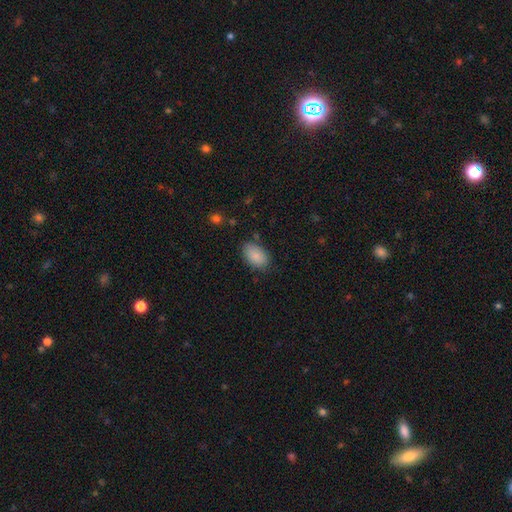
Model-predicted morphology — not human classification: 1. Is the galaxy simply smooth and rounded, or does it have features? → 88% smooth, 7% star or artifact, 6% featured or disk.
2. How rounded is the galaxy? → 92% in between, 7% round, 1% cigar-shaped.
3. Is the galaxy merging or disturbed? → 79% none, 16% minor disturbance, 4% major disturbance, 2% merger.